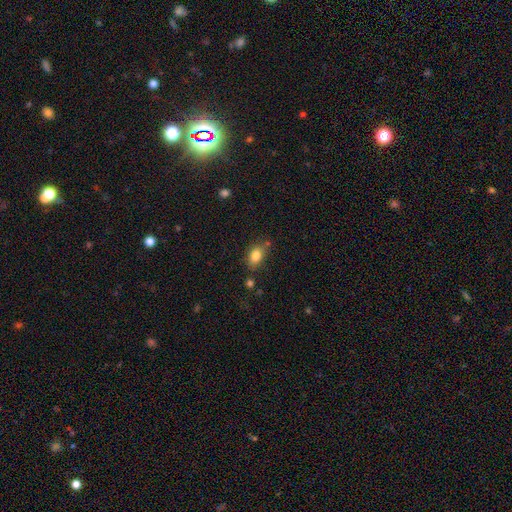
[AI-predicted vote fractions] This appears to be a smooth galaxy with no disk features (83%) that is in between round and cigar-shaped (79%). Merging: none (69%).